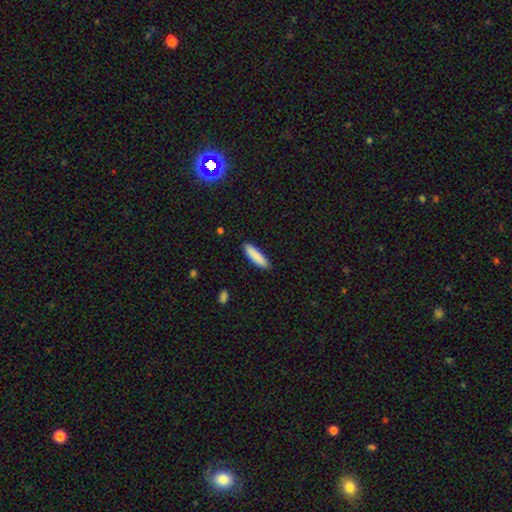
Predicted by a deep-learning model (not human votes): Smooth or featured: smooth — 88% (featured or disk — 6%)
How rounded: cigar-shaped — 70% (in between — 29%)
Merging: none — 88% (minor disturbance — 9%)